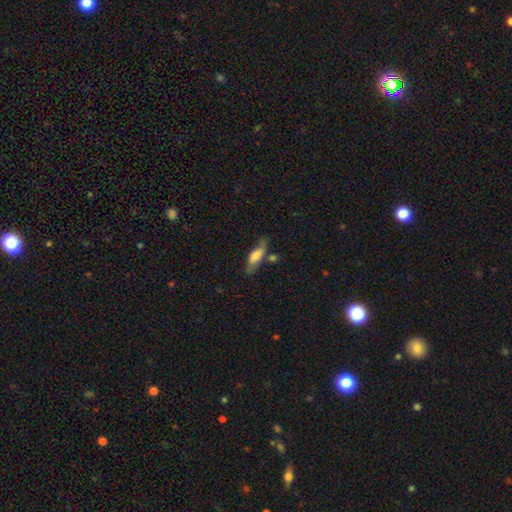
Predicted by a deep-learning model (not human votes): smooth-or-featured: smooth: 61% | featured or disk: 31% | star or artifact: 8%
  how-rounded: in between: 57% | cigar-shaped: 40% | round: 3%
  merging: none: 54% | minor disturbance: 25% | merger: 11% | major disturbance: 10%